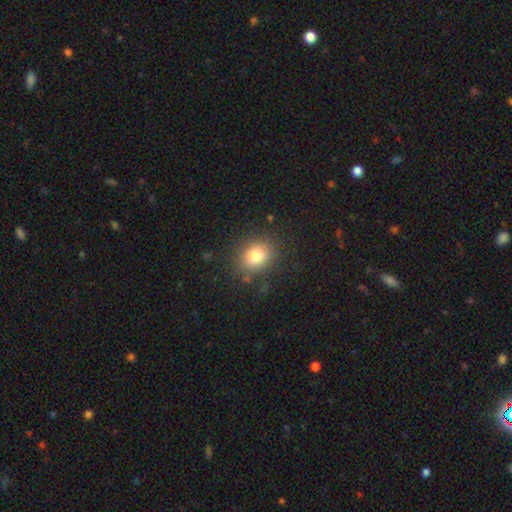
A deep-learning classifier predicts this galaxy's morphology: Smooth or featured: smooth — 80% (star or artifact — 11%)
How rounded: round — 51% (in between — 48%)
Merging: none — 82% (minor disturbance — 12%)